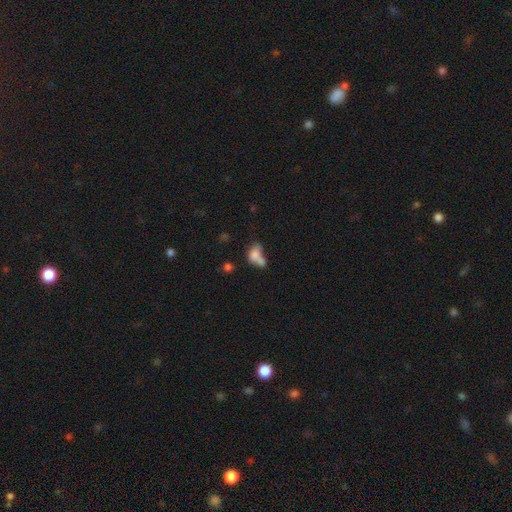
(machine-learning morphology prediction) Smooth or featured?
  - smooth: 71% *
  - featured or disk: 18%
  - star or artifact: 11%
How rounded?
  - in between: 75% *
  - round: 21%
  - cigar-shaped: 4%
Merging?
  - merger: 58% *
  - none: 20%
  - major disturbance: 11%
  - minor disturbance: 11%